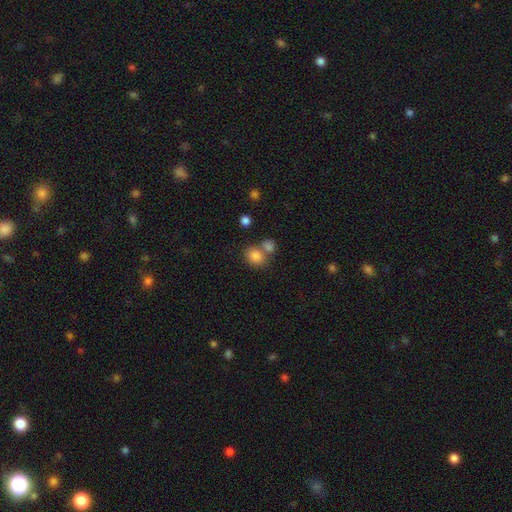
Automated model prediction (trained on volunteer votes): A smooth galaxy with no disk features (82%) that is round (54%). Merging: none (49%).